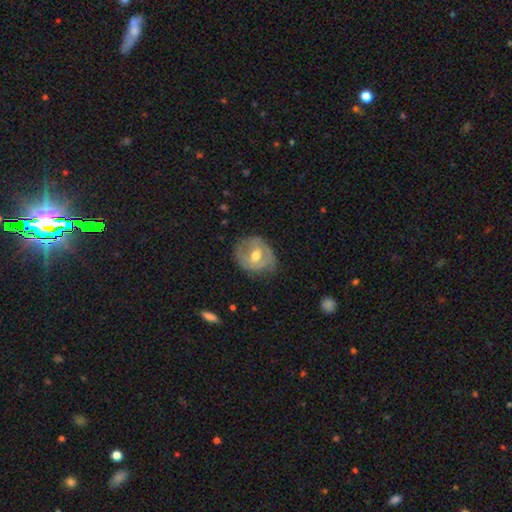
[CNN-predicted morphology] A featured or disk galaxy (60%) with a weak bar (46%), spiral arms (51%) and a moderate central bulge (78%). Merging: none (67%).